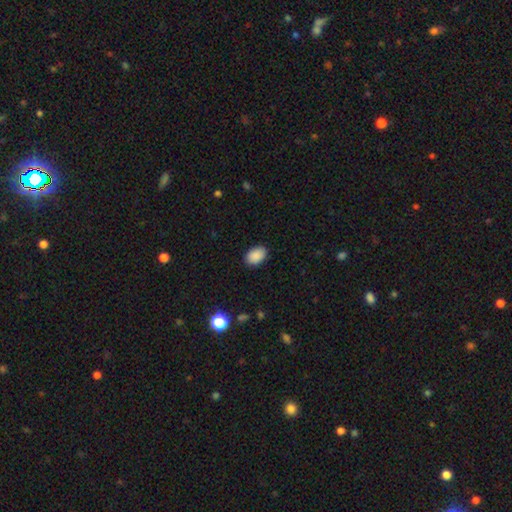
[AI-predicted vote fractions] The model was most divided on "how rounded": in between: 86%, round: 13%, cigar-shaped: 1%. More confident: smooth or featured — smooth (90%); merging — none (88%).